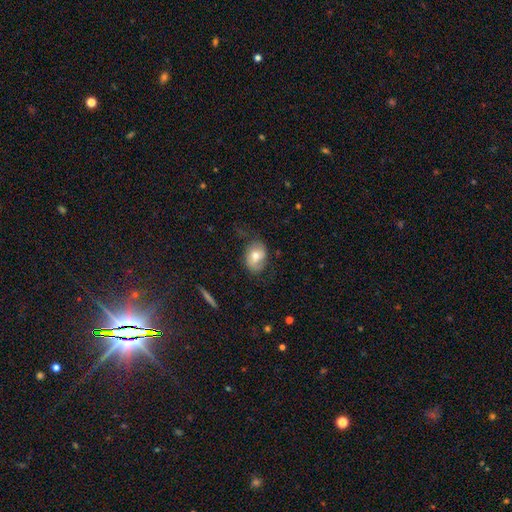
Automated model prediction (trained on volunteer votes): Smooth or featured?
  - smooth: 58% *
  - featured or disk: 34%
  - star or artifact: 8%
How rounded?
  - in between: 71% *
  - round: 28%
  - cigar-shaped: 1%
Merging?
  - none: 63% *
  - minor disturbance: 24%
  - major disturbance: 12%
  - merger: 2%